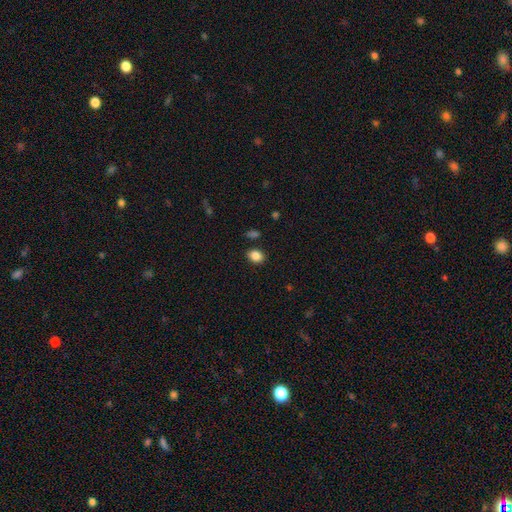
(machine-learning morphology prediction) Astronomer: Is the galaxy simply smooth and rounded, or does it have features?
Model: smooth — 86%.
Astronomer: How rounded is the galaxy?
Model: in between — 62%.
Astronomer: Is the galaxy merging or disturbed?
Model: none — 86%.